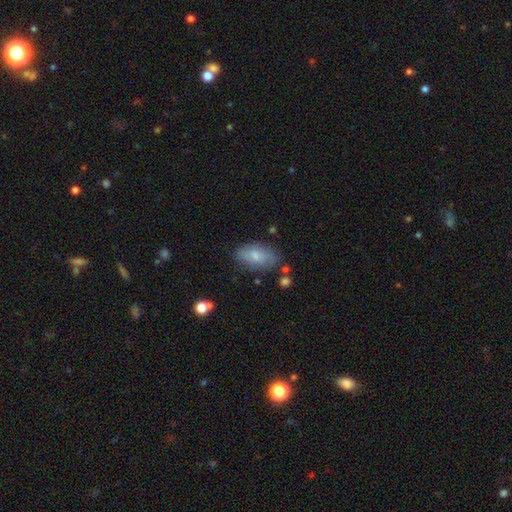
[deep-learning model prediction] Morphology: type=smooth (71%); roundness=in between (92%); merging=none (72%).